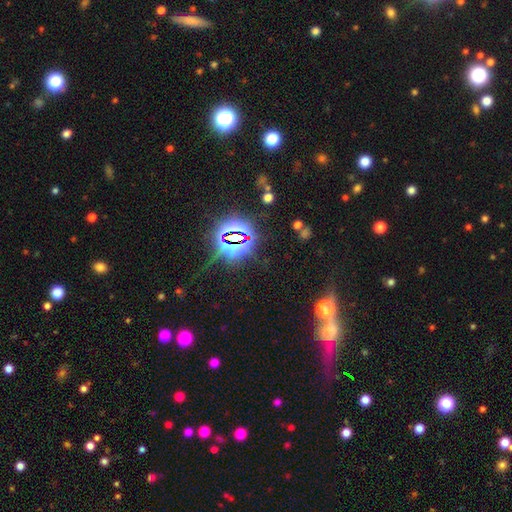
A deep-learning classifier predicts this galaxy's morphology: This appears to be a star or artifact, not a galaxy (72%).